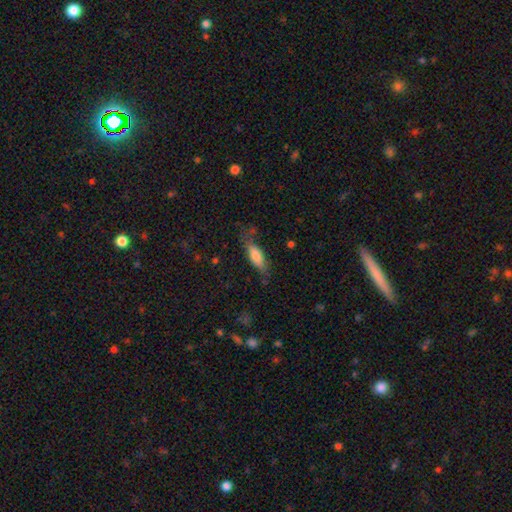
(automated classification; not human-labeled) Overall: smooth (73%). How rounded: in between (59%; cigar-shaped 39%). Merging: none (61%; minor disturbance 26%).